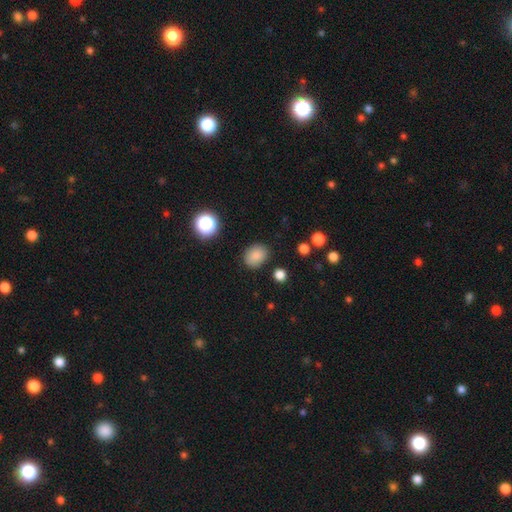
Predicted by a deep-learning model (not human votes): Morphology: type=smooth (84%); roundness=in between (51%); merging=none (84%).